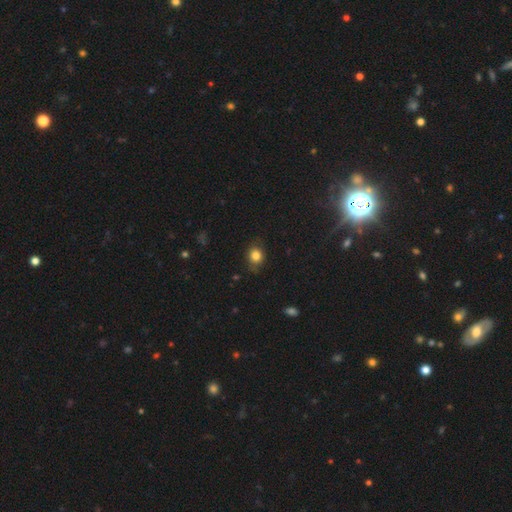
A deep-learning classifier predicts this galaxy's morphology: smooth_or_featured: smooth (p=0.82) [alt: star or artifact p=0.11]
how_rounded: round (p=0.61) [alt: in between p=0.38]
merging: none (p=0.76) [alt: minor disturbance p=0.19]